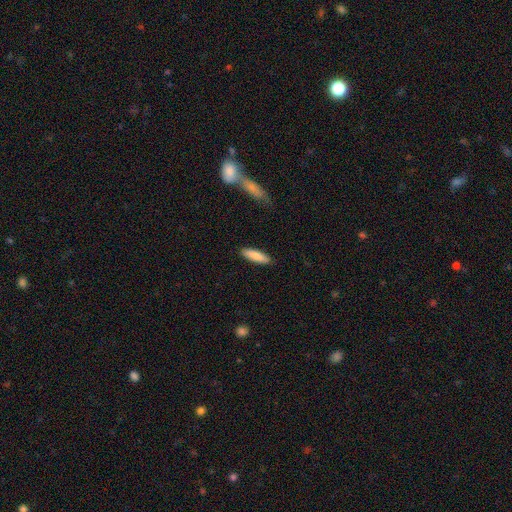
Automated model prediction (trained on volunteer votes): The model was most divided on "how rounded": cigar-shaped: 56%, in between: 43%, round: 1%. More confident: merging — none (87%); smooth or featured — smooth (83%).